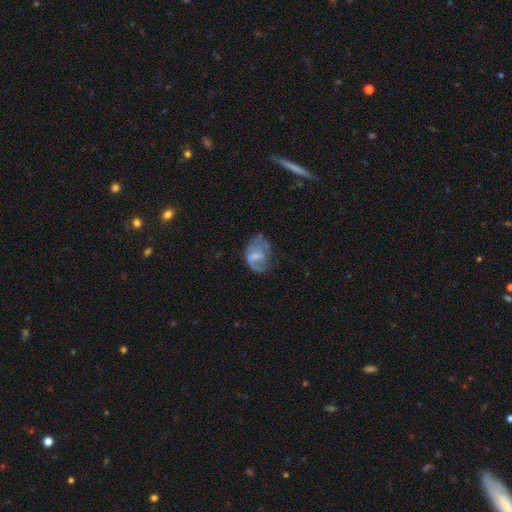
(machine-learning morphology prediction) This is likely a featured or disk galaxy (60%). It is clearly not viewed edge-on (97%). Bar: possibly weak (45%). Spiral arm pattern: likely yes (68%). Central bulge: possibly small (48%). Merging: marginally none (38%).